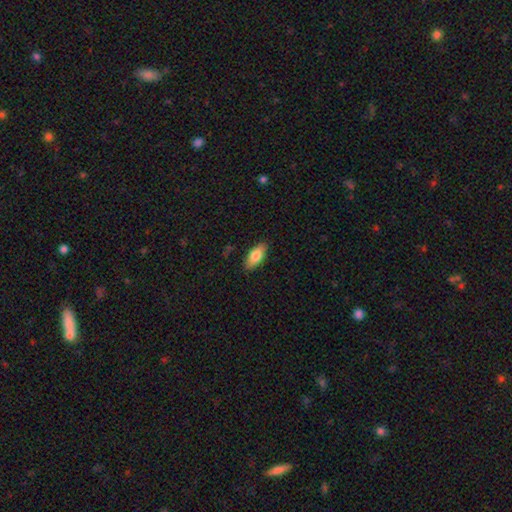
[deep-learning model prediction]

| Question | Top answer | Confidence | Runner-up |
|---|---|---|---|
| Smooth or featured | smooth | 80% | featured or disk (14%) |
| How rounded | in between | 85% | cigar-shaped (13%) |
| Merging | none | 87% | minor disturbance (10%) |